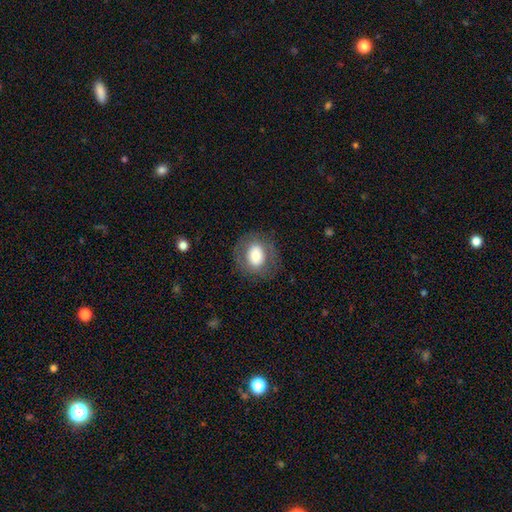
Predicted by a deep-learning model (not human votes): Smooth or featured: smooth — 64% (featured or disk — 28%)
How rounded: round — 62% (in between — 37%)
Merging: none — 79% (minor disturbance — 12%)